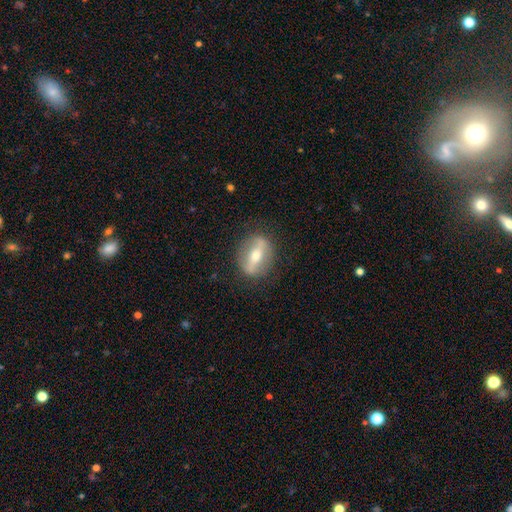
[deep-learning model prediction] Smooth or featured? Predicted: featured or disk (p=0.68). Edge-on disk? Predicted: no (p=0.68). Merging? Predicted: none (p=0.83).